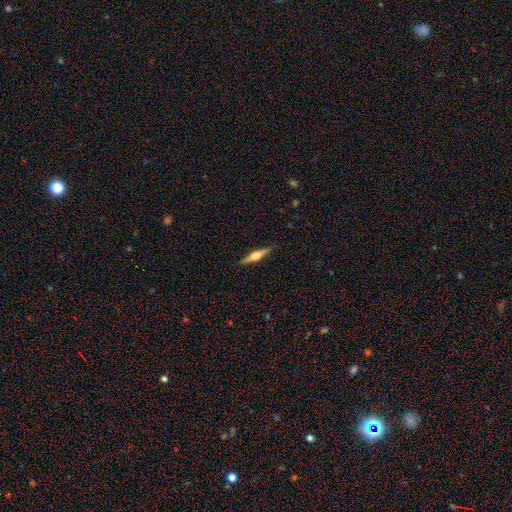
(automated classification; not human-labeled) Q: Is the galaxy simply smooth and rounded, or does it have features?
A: featured or disk — 63%.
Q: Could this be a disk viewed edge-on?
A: yes — 97%.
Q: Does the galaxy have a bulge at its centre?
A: rounded — 91%.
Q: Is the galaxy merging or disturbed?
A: none — 89%.